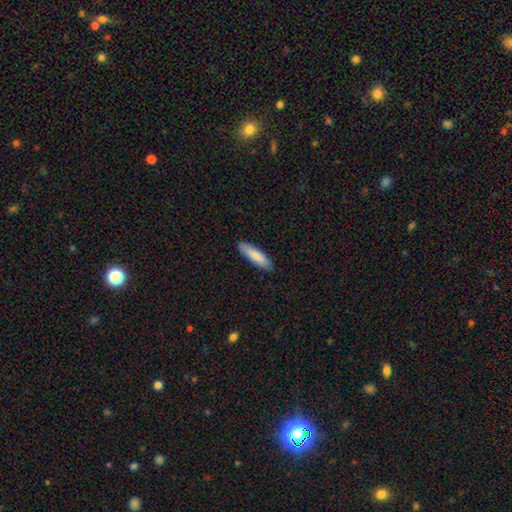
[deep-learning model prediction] Smooth or featured? smooth (84%)
How rounded? cigar-shaped (70%)
Merging? none (89%)